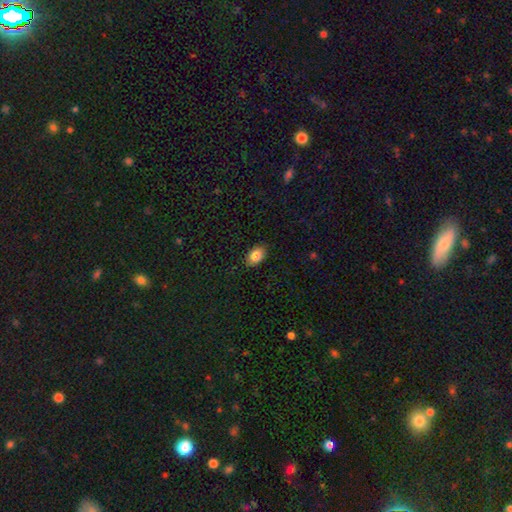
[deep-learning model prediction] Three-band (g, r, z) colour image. It shows a smooth galaxy with no disk features (86%) that is in between round and cigar-shaped (85%). Merging: none (87%).